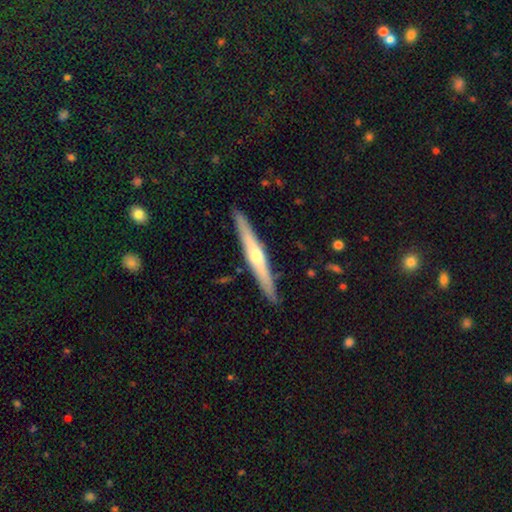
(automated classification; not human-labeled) The model was most divided on "smooth or featured": featured or disk: 65%, smooth: 30%, star or artifact: 5%. More confident: edge-on disk — yes (97%); merging — none (90%); edge-on bulge — rounded (82%).